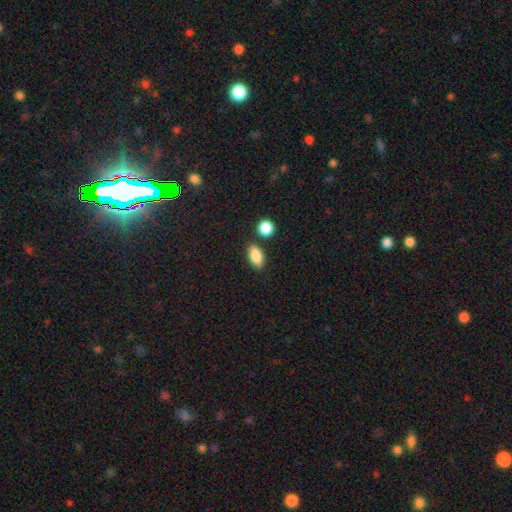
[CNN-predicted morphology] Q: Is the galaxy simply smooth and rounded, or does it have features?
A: smooth — 86%.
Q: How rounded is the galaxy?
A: in between — 87%.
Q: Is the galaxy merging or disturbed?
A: none — 80%.